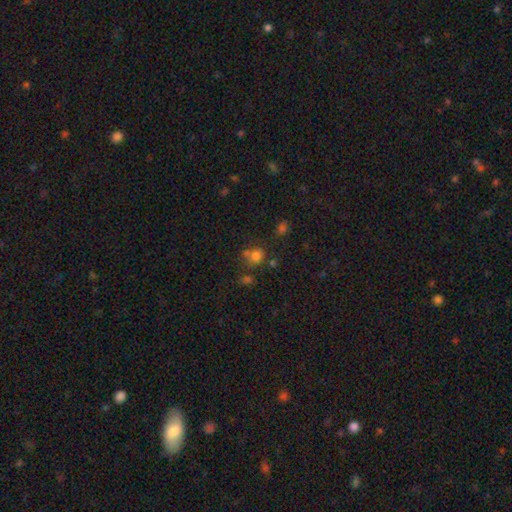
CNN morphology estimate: A smooth galaxy with no disk features (72%) that is round (77%).

Vote fractions:
- Smooth or featured? smooth: 72% / star or artifact: 19% / featured or disk: 10%
- How rounded? round: 77% / in between: 22% / cigar-shaped: 1%
- Merging? none: 56% / merger: 23% / minor disturbance: 14% / major disturbance: 7%